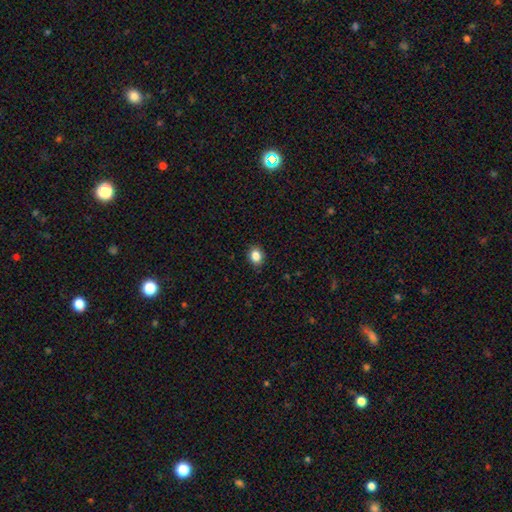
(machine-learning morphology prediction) A smooth galaxy with no disk features (84%) that is round (50%).

Vote fractions:
- Smooth or featured? smooth: 84% / star or artifact: 10% / featured or disk: 6%
- How rounded? round: 50% / in between: 49% / cigar-shaped: 1%
- Merging? none: 89% / minor disturbance: 8% / major disturbance: 2% / merger: 1%